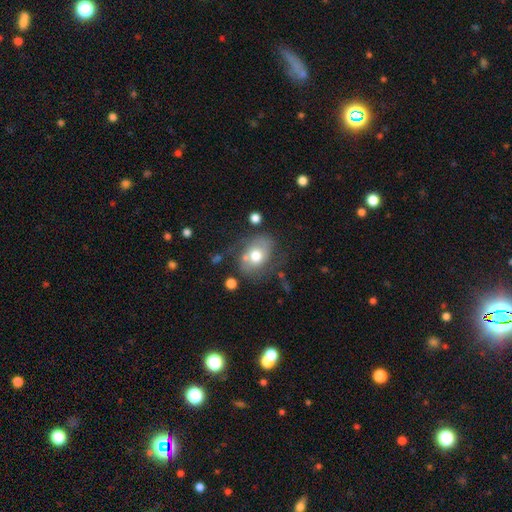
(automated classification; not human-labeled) smooth_or_featured: smooth (p=0.58) [alt: featured or disk p=0.33]
how_rounded: in between (p=0.66) [alt: round p=0.32]
merging: none (p=0.54) [alt: minor disturbance p=0.24]